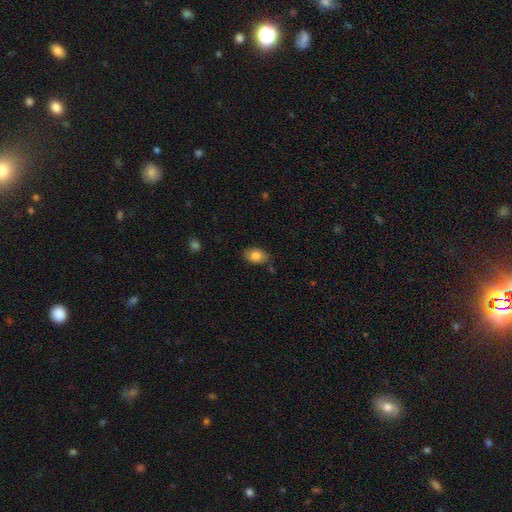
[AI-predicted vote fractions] Overall: smooth (81%). How rounded: in between (87%). Merging: none (82%).